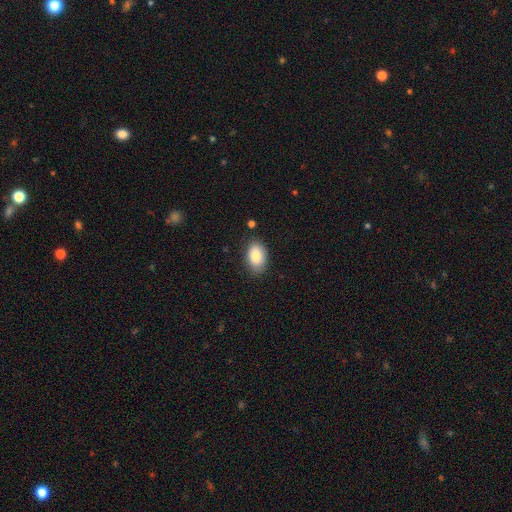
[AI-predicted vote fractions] This is clearly a smooth galaxy (85%). How rounded: clearly in between (89%). Merging: clearly none (81%).